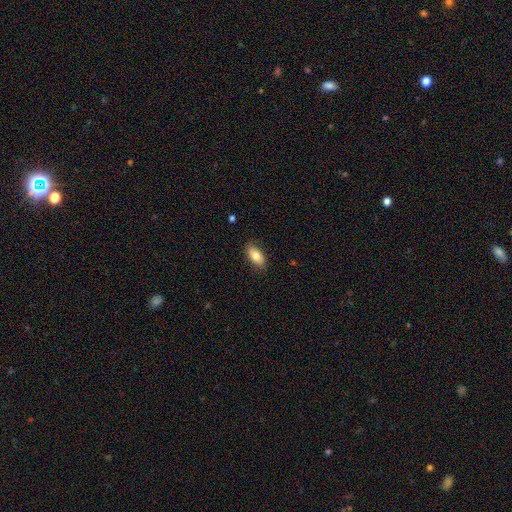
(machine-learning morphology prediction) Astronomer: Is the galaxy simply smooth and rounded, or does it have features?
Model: smooth — 80%.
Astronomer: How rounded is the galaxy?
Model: in between — 89%.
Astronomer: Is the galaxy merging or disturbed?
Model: none — 83%.